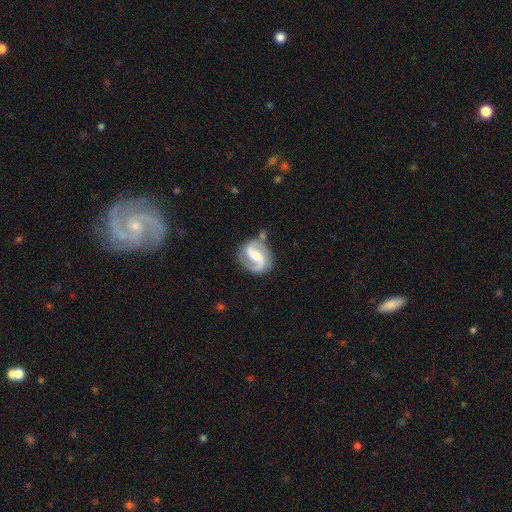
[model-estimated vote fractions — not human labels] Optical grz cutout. It shows a featured or disk galaxy (86%) with a weak bar (44%), 2 (85%) medium (51%) spiral arms (96%) and a moderate central bulge (51%). Merging: none (68%).